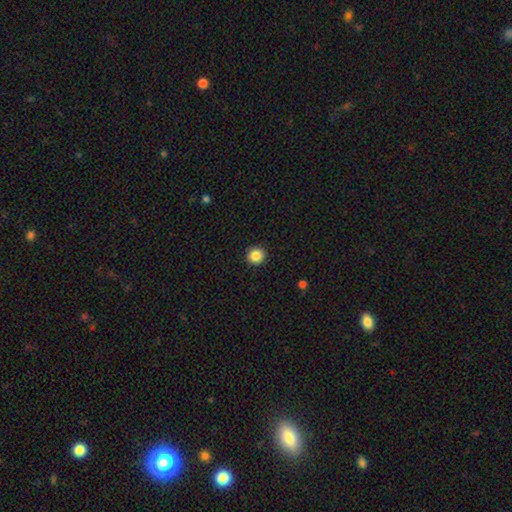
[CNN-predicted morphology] The model was most divided on "smooth or featured": smooth: 85%, star or artifact: 10%, featured or disk: 5%. More confident: how rounded — round (94%); merging — none (93%).